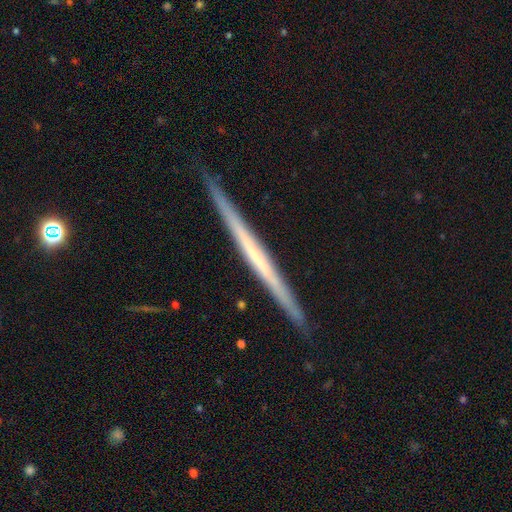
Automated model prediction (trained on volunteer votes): A featured or disk galaxy (65%) viewed edge-on (98%) with no central bulge (87%).

Vote fractions:
- Smooth or featured? featured or disk: 65% / smooth: 29% / star or artifact: 6%
- Edge-on disk? yes: 98% / no: 2%
- Edge-on bulge? none: 87% / rounded: 8% / boxy: 5%
- Merging? none: 91% / minor disturbance: 7% / major disturbance: 1% / merger: 1%